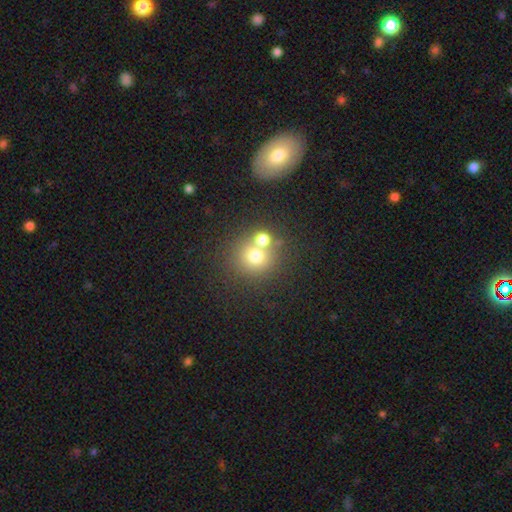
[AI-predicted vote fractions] smooth 70%, star or artifact 16%, featured or disk 14%. Down the decision tree: how rounded — round (86%); merging — none (47%).